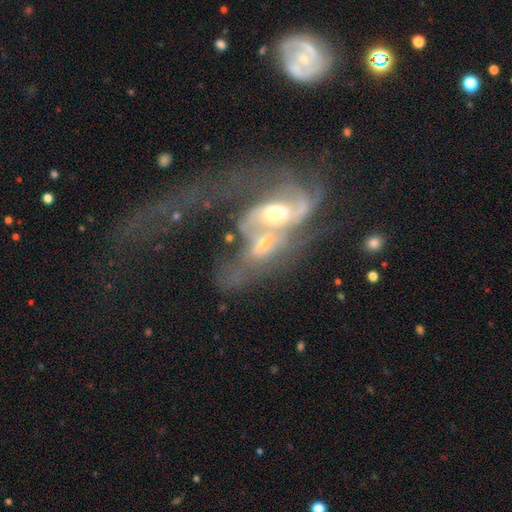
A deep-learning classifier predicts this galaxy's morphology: smooth_or_featured: featured or disk (p=0.76) [alt: smooth p=0.15]
disk_edge_on: no (p=0.93) [alt: yes p=0.07]
bar: no (p=0.53) [alt: weak p=0.32]
has_spiral_arms: yes (p=0.78) [alt: no p=0.22]
spiral_winding: loose (p=0.42) [alt: medium p=0.36]
spiral_arm_count: 2 (p=0.42) [alt: can't tell p=0.32]
bulge_size: moderate (p=0.63) [alt: small p=0.18]
merging: merger (p=0.72) [alt: major disturbance p=0.18]